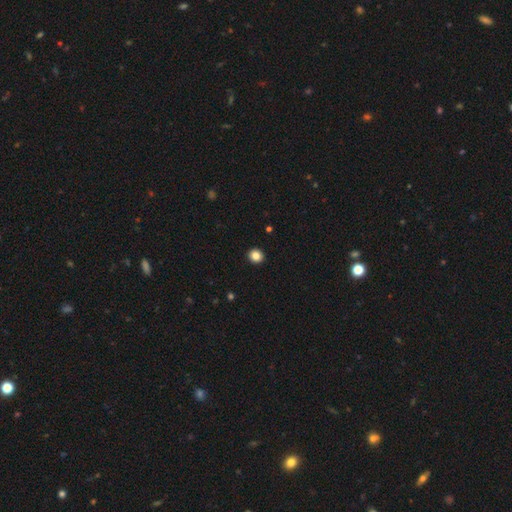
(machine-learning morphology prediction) Q: Smooth or featured?
A: smooth (85%); runner-up: star or artifact (10%)
Q: How rounded?
A: round (87%); runner-up: in between (13%)
Q: Merging?
A: none (93%); runner-up: minor disturbance (4%)